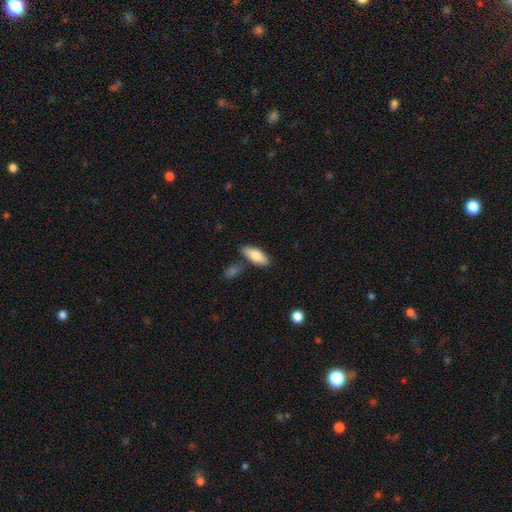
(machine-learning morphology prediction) Overall: smooth (79%). How rounded: in between (77%). Merging: none (77%).